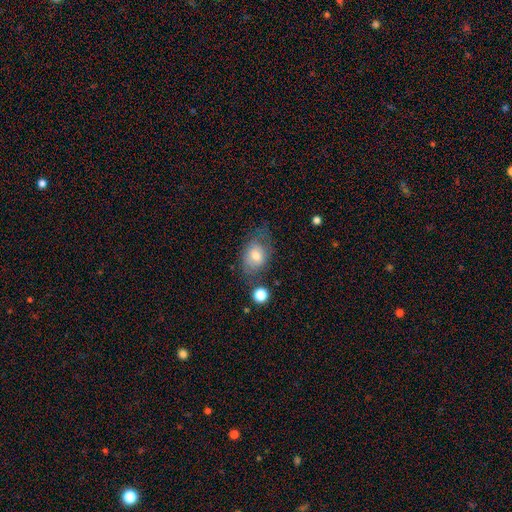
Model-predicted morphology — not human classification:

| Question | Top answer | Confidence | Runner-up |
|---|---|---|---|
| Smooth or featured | smooth | 63% | featured or disk (28%) |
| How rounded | in between | 73% | round (25%) |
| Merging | none | 52% | minor disturbance (25%) |